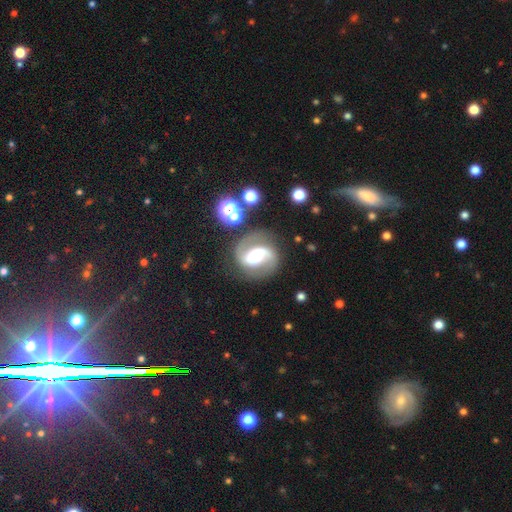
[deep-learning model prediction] featured or disk 86%, smooth 8%, star or artifact 6%. Down the decision tree: edge-on disk — no (98%); bar — weak (40%); spiral arms — yes (96%); spiral arm count — 2 (92%); spiral winding — medium (56%); bulge size — moderate (61%); merging — none (78%).